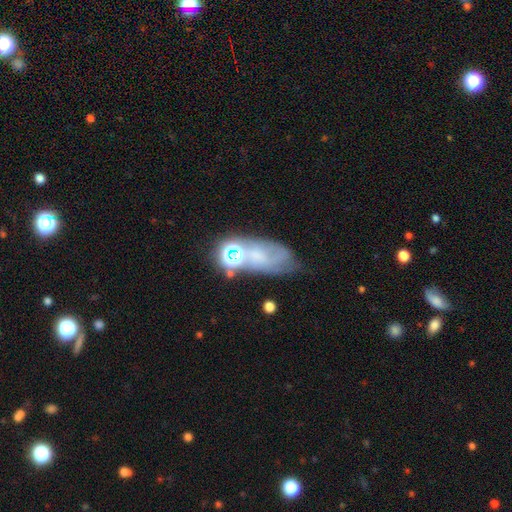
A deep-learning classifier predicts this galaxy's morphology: Smooth or featured? Predicted: featured or disk (p=0.39). Merging? Predicted: none (p=0.37).